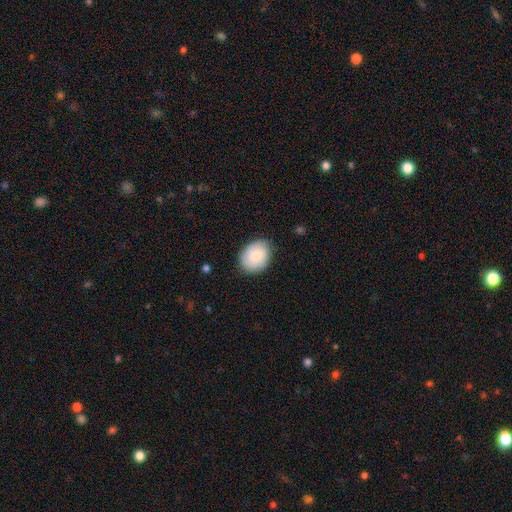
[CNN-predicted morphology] Overall: smooth (75%). How rounded: in between (58%; round 41%). Merging: none (81%).